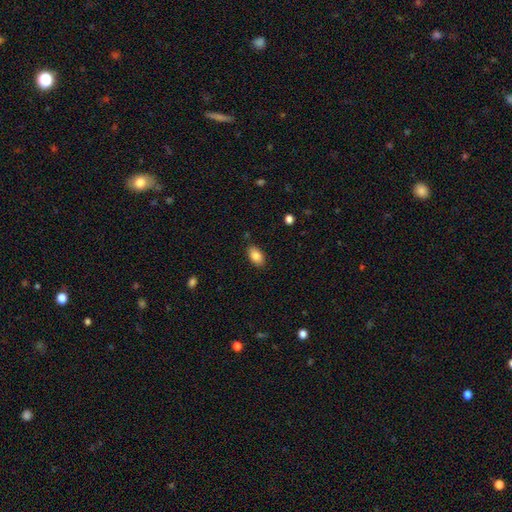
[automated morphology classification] type=smooth (85%); roundness=in between (92%); merging=none (85%).